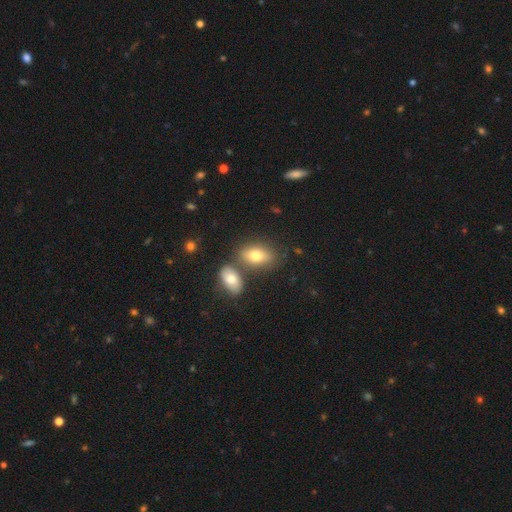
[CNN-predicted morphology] Smooth or featured? smooth (74%)
How rounded? in between (89%)
Merging? none (59%)